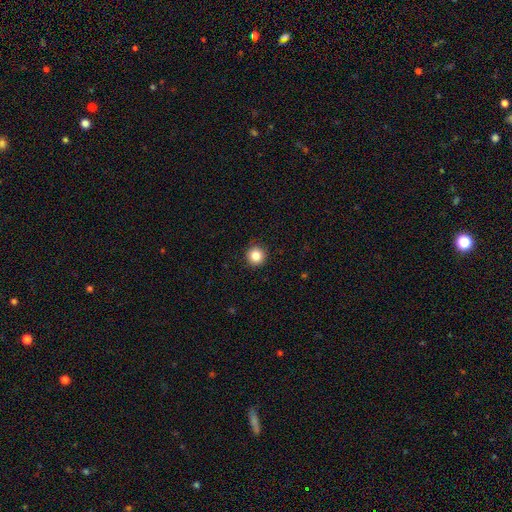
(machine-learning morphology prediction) Overall: smooth (85%). How rounded: round (95%). Merging: none (92%).